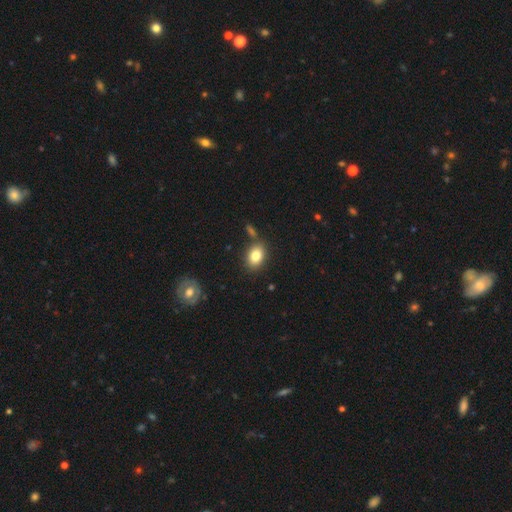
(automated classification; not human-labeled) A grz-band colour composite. It shows a smooth galaxy with no disk features (82%) that is in between round and cigar-shaped (78%). Merging: none (78%).